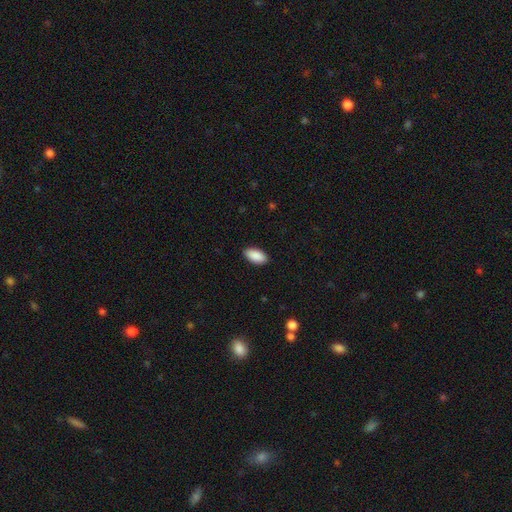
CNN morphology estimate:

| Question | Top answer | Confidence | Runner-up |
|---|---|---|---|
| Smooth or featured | smooth | 91% | star or artifact (6%) |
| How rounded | in between | 94% | cigar-shaped (4%) |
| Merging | none | 89% | minor disturbance (8%) |